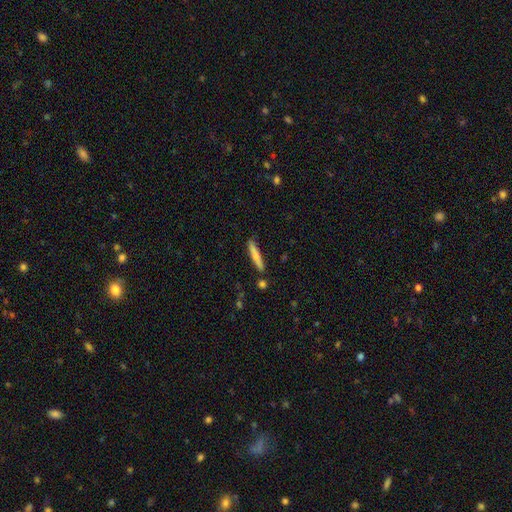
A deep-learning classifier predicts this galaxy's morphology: type=smooth (72%); roundness=cigar-shaped (92%); merging=none (84%).